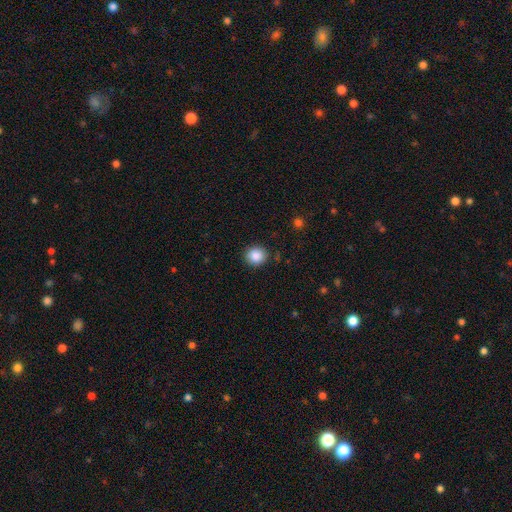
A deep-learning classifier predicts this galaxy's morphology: Smooth or featured?
  - smooth: 87% *
  - star or artifact: 9%
  - featured or disk: 3%
How rounded?
  - round: 84% *
  - in between: 15%
  - cigar-shaped: 1%
Merging?
  - none: 88% *
  - minor disturbance: 8%
  - major disturbance: 2%
  - merger: 1%